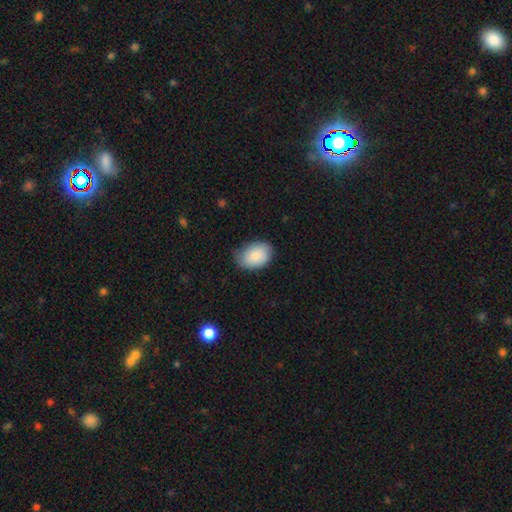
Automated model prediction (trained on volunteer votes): Smooth or featured?
  - smooth: 84% *
  - featured or disk: 10%
  - star or artifact: 6%
How rounded?
  - in between: 83% *
  - round: 16%
  - cigar-shaped: 1%
Merging?
  - none: 68% *
  - minor disturbance: 26%
  - major disturbance: 4%
  - merger: 1%